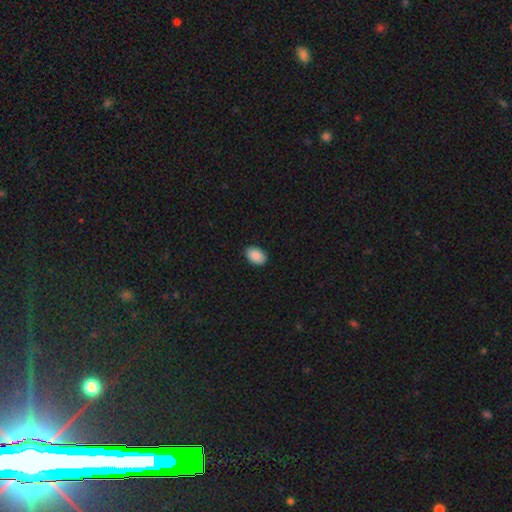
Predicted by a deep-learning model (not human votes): This is clearly a smooth galaxy (90%). How rounded: clearly in between (88%). Merging: clearly none (89%).